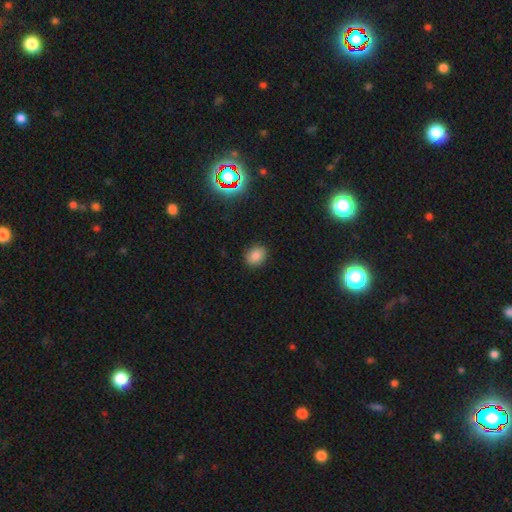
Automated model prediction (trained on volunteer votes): Q: Smooth or featured?
A: smooth (82%); runner-up: star or artifact (13%)
Q: How rounded?
A: in between (54%); runner-up: round (45%)
Q: Merging?
A: none (88%); runner-up: minor disturbance (9%)